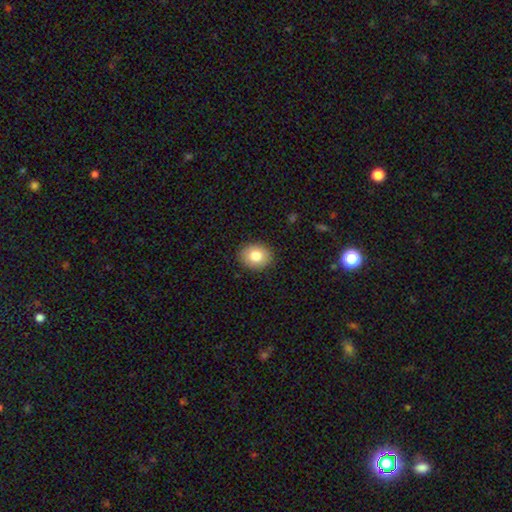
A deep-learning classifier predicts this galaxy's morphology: A smooth galaxy with no disk features (80%) that is round (58%). Merging: none (90%).